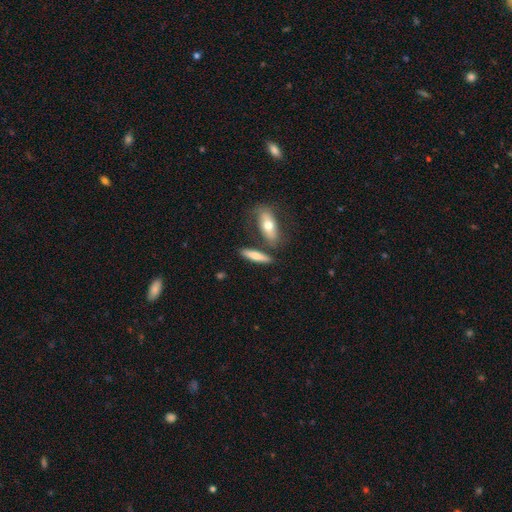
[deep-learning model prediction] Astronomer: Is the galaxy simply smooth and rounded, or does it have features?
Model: smooth — 67%.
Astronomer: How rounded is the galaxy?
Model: cigar-shaped — 68%.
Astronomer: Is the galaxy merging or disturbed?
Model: none — 68%.